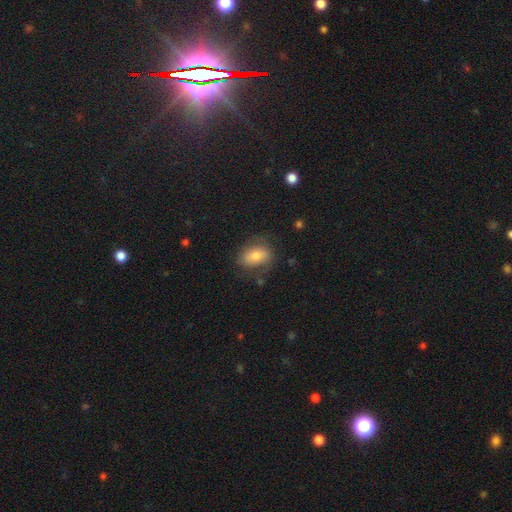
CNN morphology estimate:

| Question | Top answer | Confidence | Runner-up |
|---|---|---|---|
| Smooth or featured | smooth | 70% | featured or disk (21%) |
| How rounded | in between | 81% | round (17%) |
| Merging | none | 69% | minor disturbance (20%) |